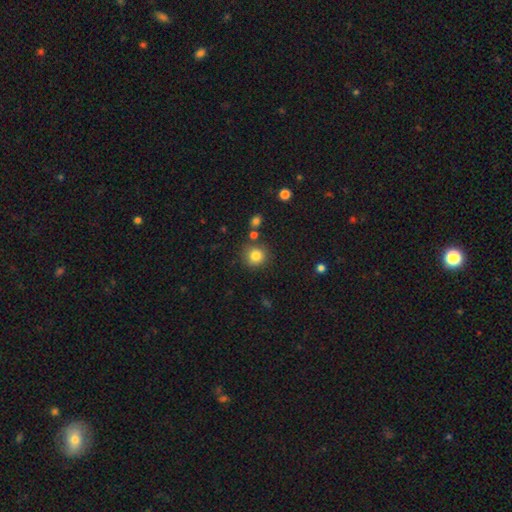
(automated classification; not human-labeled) Smooth or featured?
  - smooth: 83% *
  - star or artifact: 11%
  - featured or disk: 6%
How rounded?
  - round: 91% *
  - in between: 8%
  - cigar-shaped: 1%
Merging?
  - none: 82% *
  - minor disturbance: 9%
  - merger: 6%
  - major disturbance: 3%